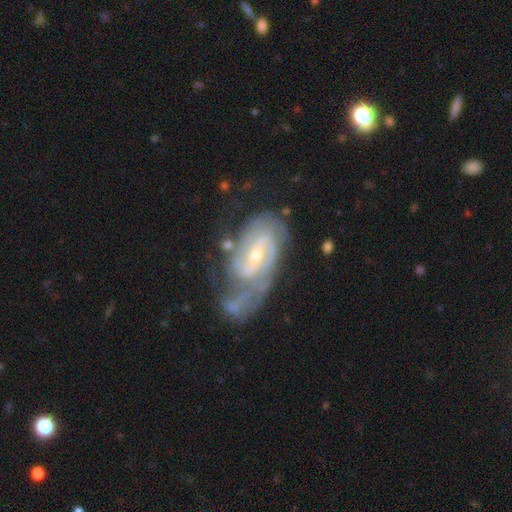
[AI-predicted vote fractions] Smooth or featured: featured or disk — 88% (smooth — 7%)
Edge-on disk: no — 96% (yes — 4%)
Bar: weak — 50% (no — 29%)
Spiral arms: yes — 95% (no — 5%)
Spiral winding: tight — 54% (medium — 36%)
Spiral arm count: 2 — 50% (can't tell — 23%)
Bulge size: small — 63% (moderate — 33%)
Merging: none — 42% (minor disturbance — 25%)